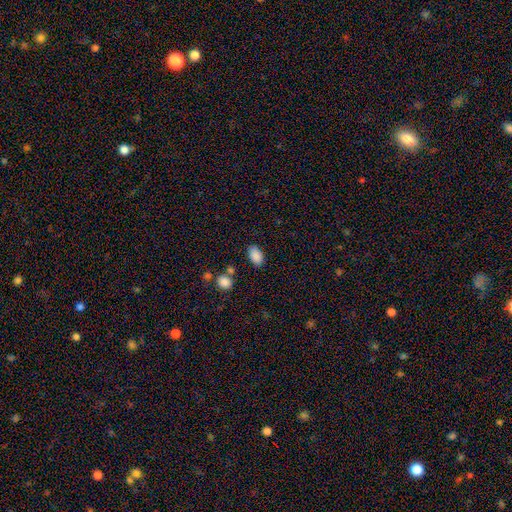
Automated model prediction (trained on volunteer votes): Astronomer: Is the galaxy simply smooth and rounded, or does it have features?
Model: smooth — 88%.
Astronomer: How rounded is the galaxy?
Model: in between — 91%.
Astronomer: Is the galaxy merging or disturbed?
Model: none — 80%.